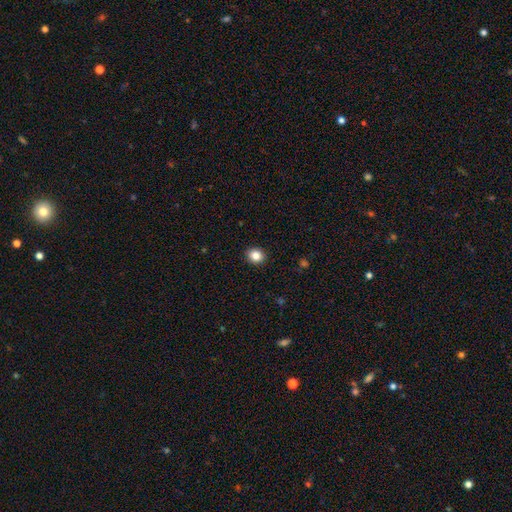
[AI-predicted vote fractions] This is clearly a smooth galaxy (85%). How rounded: likely round (76%). Merging: clearly none (92%).